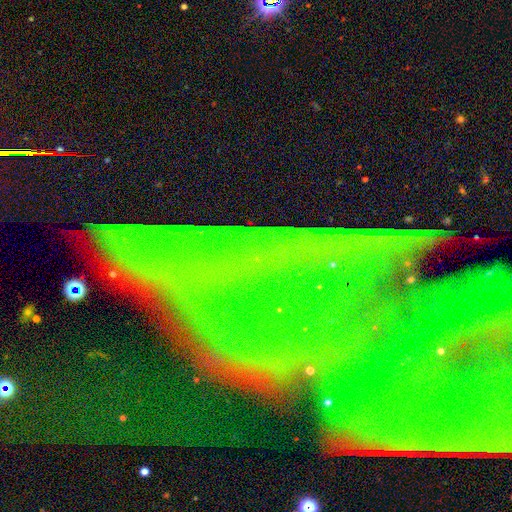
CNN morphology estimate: smooth-or-featured: star or artifact: 68% | featured or disk: 20% | smooth: 12%